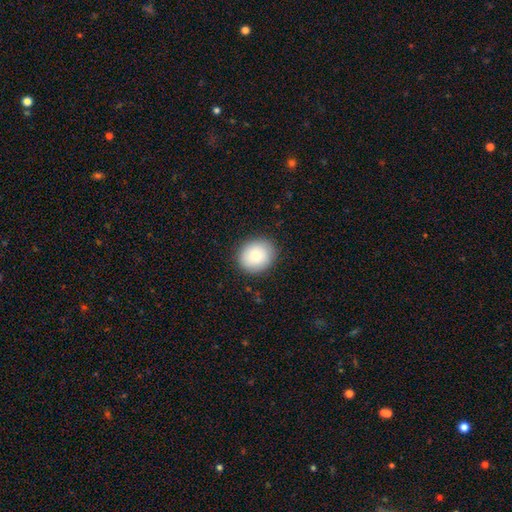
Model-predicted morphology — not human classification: This appears to be a smooth galaxy with no disk features (83%) that is round (72%). Merging: none (88%).